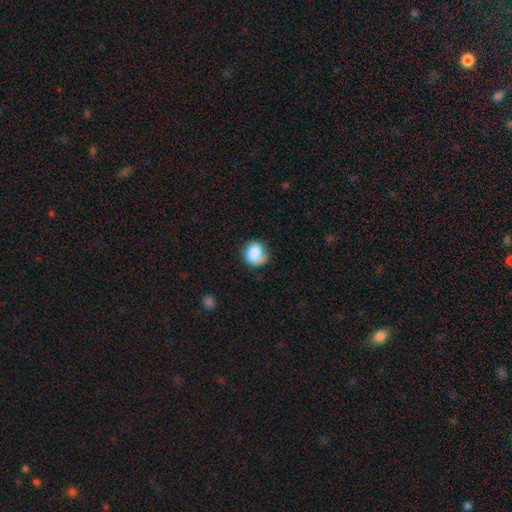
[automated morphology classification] Smooth or featured: smooth — 71% (featured or disk — 20%)
How rounded: round — 83% (in between — 16%)
Merging: none — 70% (minor disturbance — 22%)